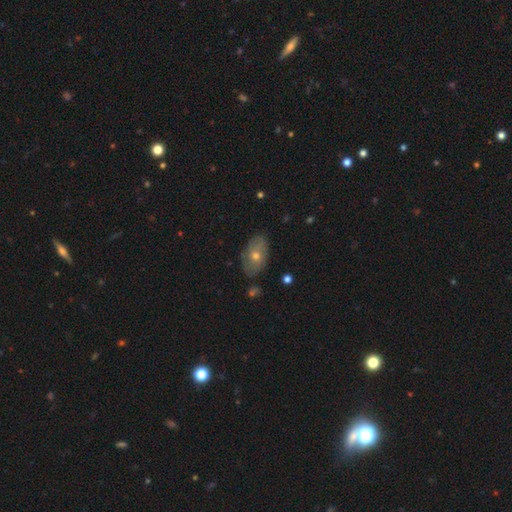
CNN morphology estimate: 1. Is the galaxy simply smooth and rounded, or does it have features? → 53% smooth, 37% featured or disk, 10% star or artifact.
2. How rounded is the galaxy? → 89% in between, 8% round, 2% cigar-shaped.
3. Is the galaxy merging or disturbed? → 79% none, 15% minor disturbance, 3% major disturbance, 2% merger.